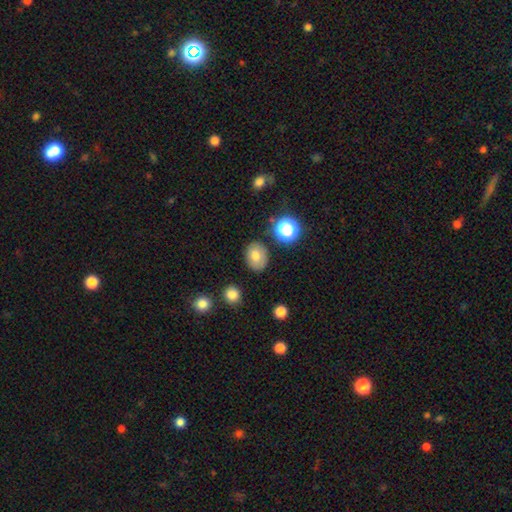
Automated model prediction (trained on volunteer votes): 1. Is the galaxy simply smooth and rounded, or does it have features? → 74% smooth, 15% featured or disk, 11% star or artifact.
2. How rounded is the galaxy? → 58% in between, 41% round, 1% cigar-shaped.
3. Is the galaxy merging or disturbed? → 82% none, 12% minor disturbance, 3% major disturbance, 3% merger.